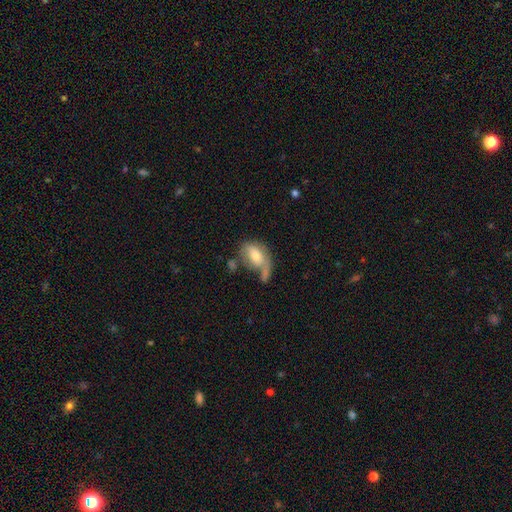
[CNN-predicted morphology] A smooth galaxy with no disk features (62%) that is in between round and cigar-shaped (84%). Merging: none (30%).